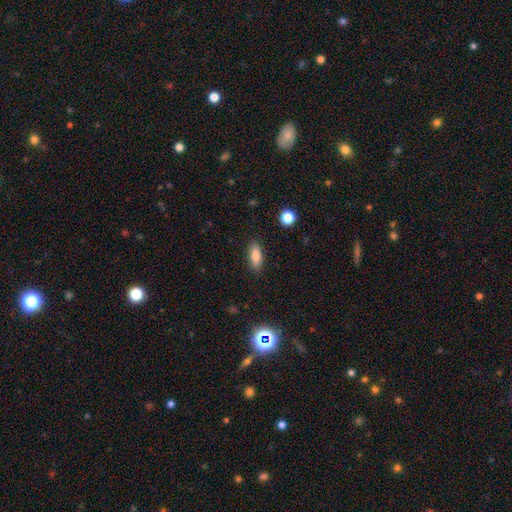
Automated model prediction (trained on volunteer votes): Smooth or featured? smooth (81%)
How rounded? in between (76%)
Merging? none (88%)